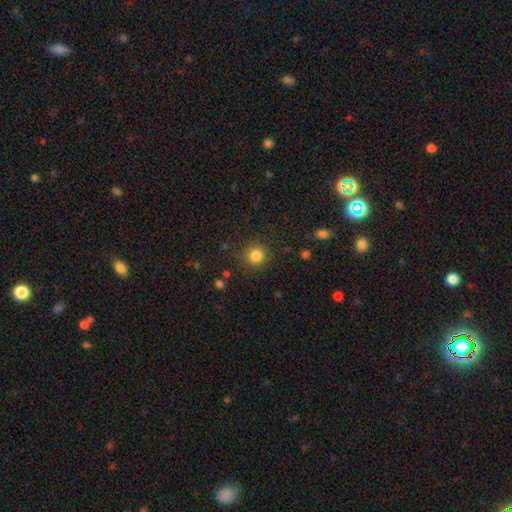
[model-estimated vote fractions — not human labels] Smooth or featured? smooth (83%)
How rounded? round (93%)
Merging? none (87%)